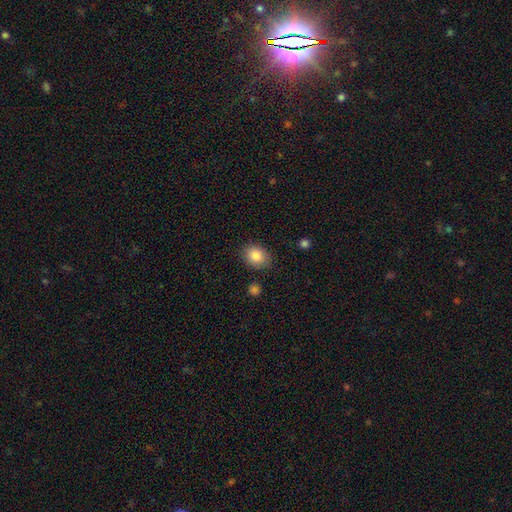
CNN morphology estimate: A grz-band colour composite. It shows a smooth galaxy with no disk features (86%) that is in between round and cigar-shaped (60%). Merging: none (83%).